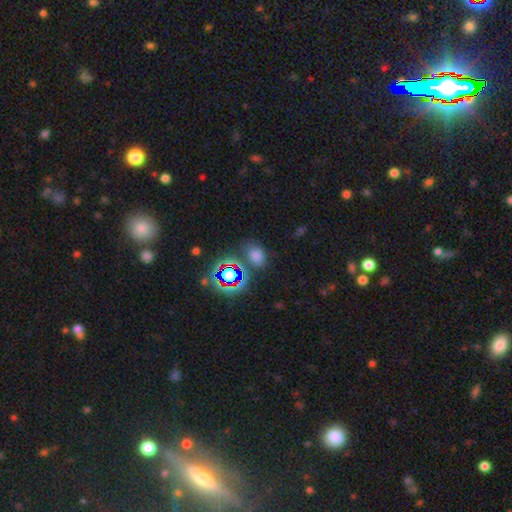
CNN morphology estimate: smooth-or-featured: smooth: 60% | star or artifact: 32% | featured or disk: 8%
  how-rounded: in between: 61% | round: 37% | cigar-shaped: 2%
  merging: none: 72% | minor disturbance: 14% | merger: 8% | major disturbance: 6%